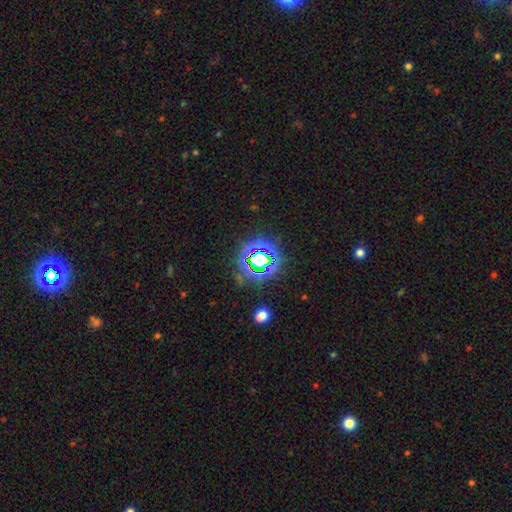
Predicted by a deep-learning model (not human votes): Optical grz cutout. It shows a star or artifact, not a galaxy (75%).